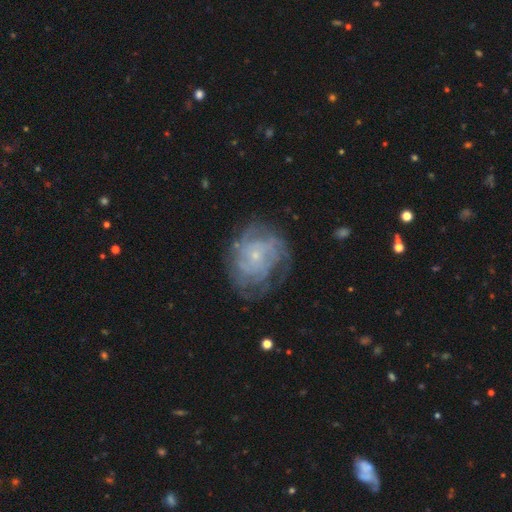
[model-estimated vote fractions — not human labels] This appears to be a featured or disk galaxy (79%) with no bar (79%), tight (63%) spiral arms (89%) and a small central bulge (84%). Merging: none (65%).